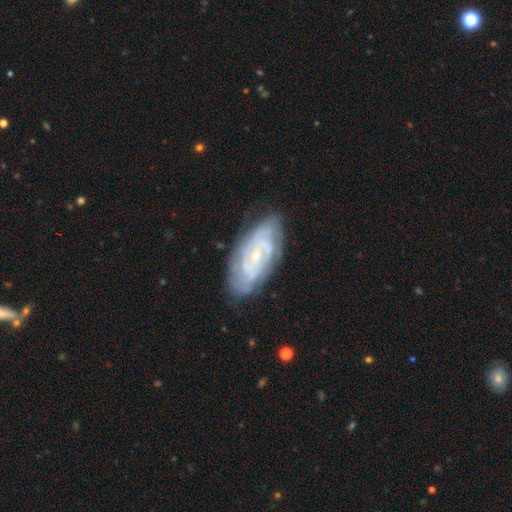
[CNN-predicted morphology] The model was most divided on "spiral arm count": can't tell: 37%, 2: 28%, 3: 16%, 4: 10%, more than 4: 5%, 1: 4%. More confident: edge-on disk — no (93%); spiral arms — yes (93%); smooth or featured — featured or disk (81%); merging — none (78%); bulge size — small (74%); spiral winding — tight (66%); bar — no (56%).